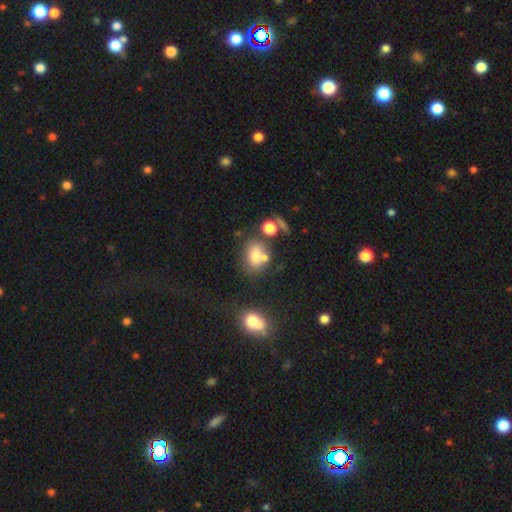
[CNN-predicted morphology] smooth_or_featured: smooth (p=0.72) [alt: star or artifact p=0.14]
how_rounded: in between (p=0.65) [alt: round p=0.33]
merging: none (p=0.54) [alt: merger p=0.24]